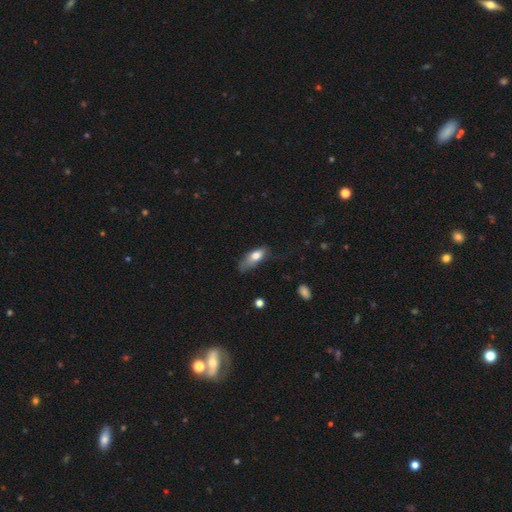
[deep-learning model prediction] A smooth galaxy with no disk features (71%) that is in between round and cigar-shaped (73%).

Vote fractions:
- Smooth or featured? smooth: 71% / featured or disk: 22% / star or artifact: 7%
- How rounded? in between: 73% / cigar-shaped: 23% / round: 4%
- Merging? none: 38% (tied) / minor disturbance: 38% (tied) / major disturbance: 22% / merger: 2%